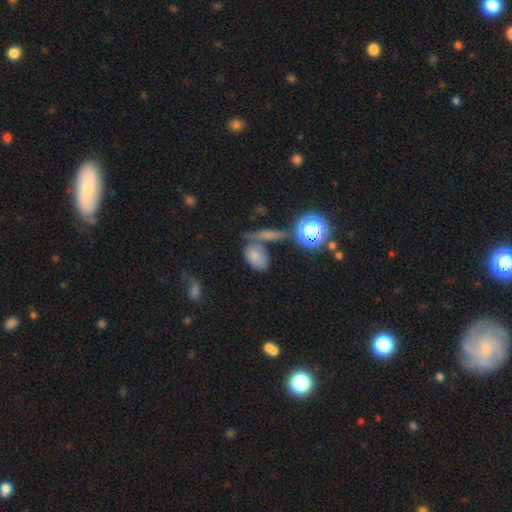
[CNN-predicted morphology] type=smooth (66%); roundness=in between (78%); merging=none (42%).